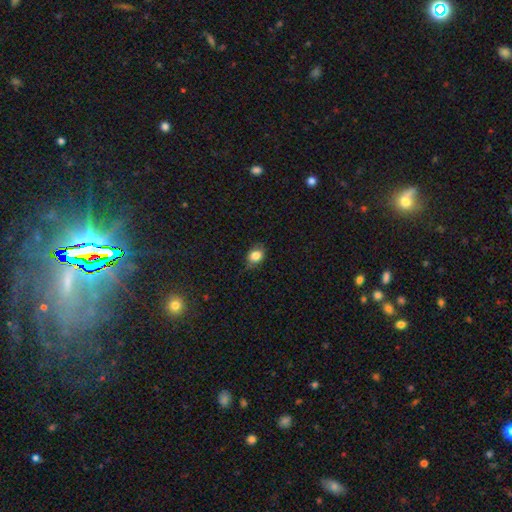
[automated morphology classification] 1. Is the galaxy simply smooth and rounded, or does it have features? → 81% smooth, 10% star or artifact, 9% featured or disk.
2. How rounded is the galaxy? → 65% in between, 33% round, 1% cigar-shaped.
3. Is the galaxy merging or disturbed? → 72% none, 22% minor disturbance, 4% major disturbance, 1% merger.